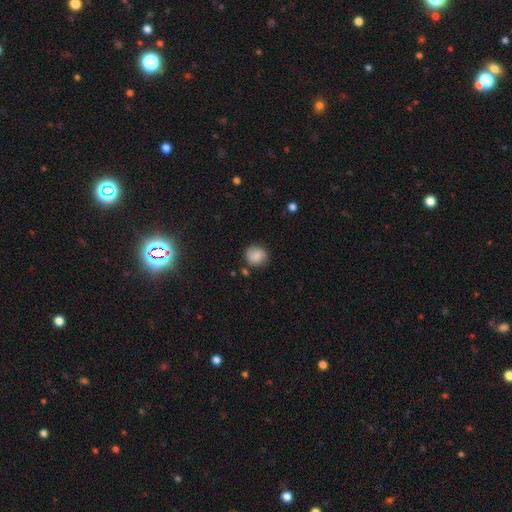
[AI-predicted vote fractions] The model was most divided on "merging": none: 80%, minor disturbance: 14%, major disturbance: 3%, merger: 3%. More confident: how rounded — round (86%); smooth or featured — smooth (85%).